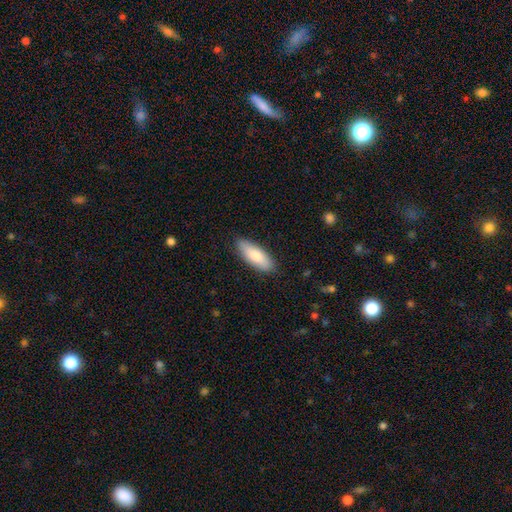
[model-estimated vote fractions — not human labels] smooth_or_featured: smooth (p=0.83) [alt: featured or disk p=0.11]
how_rounded: in between (p=0.67) [alt: cigar-shaped p=0.31]
merging: none (p=0.85) [alt: minor disturbance p=0.12]